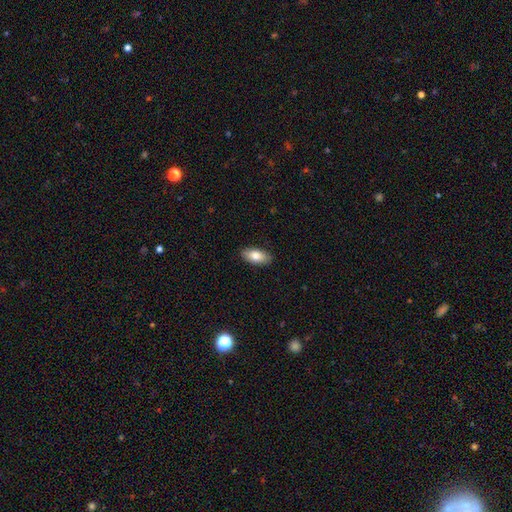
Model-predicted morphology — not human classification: A smooth galaxy with no disk features (78%) that is in between round and cigar-shaped (91%).

Vote fractions:
- Smooth or featured? smooth: 78% / featured or disk: 16% / star or artifact: 7%
- How rounded? in between: 91% / cigar-shaped: 6% / round: 3%
- Merging? none: 89% / minor disturbance: 8% / major disturbance: 2% / merger: 1%